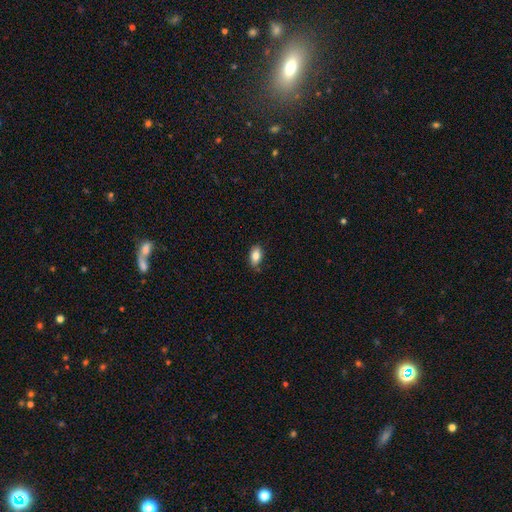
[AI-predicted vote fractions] Overall: smooth (83%). How rounded: in between (89%). Merging: none (79%).